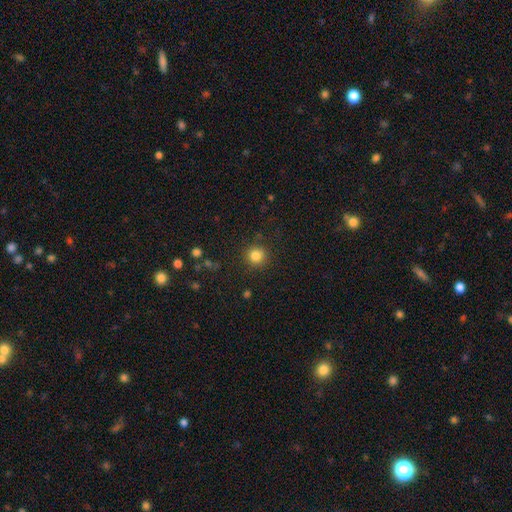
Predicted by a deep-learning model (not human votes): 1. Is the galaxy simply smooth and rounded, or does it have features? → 84% smooth, 12% star or artifact, 5% featured or disk.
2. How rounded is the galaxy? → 93% round, 6% in between, 1% cigar-shaped.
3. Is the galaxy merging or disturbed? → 90% none, 6% minor disturbance, 3% major disturbance, 1% merger.